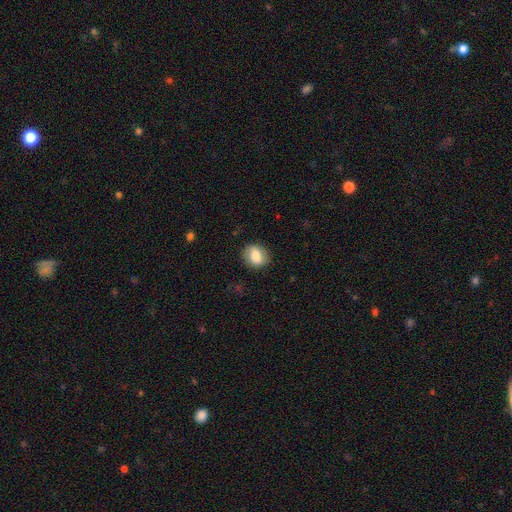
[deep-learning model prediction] Smooth or featured: smooth — 76% (featured or disk — 16%)
How rounded: round — 53% (in between — 45%)
Merging: none — 84% (minor disturbance — 12%)